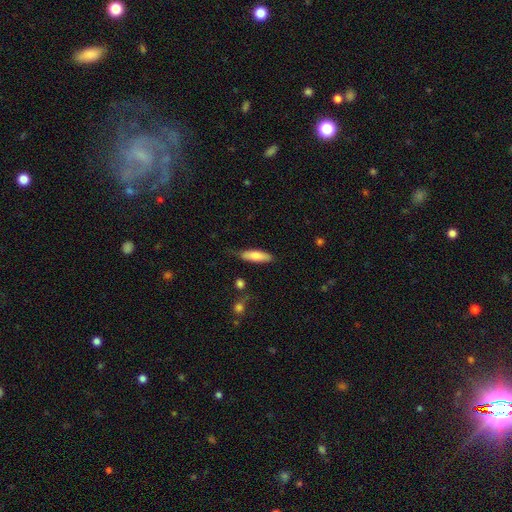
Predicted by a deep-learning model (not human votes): Smooth or featured?
  - smooth: 78% *
  - featured or disk: 16%
  - star or artifact: 6%
How rounded?
  - cigar-shaped: 57% *
  - in between: 41%
  - round: 2%
Merging?
  - none: 74% *
  - minor disturbance: 19%
  - major disturbance: 4%
  - merger: 2%